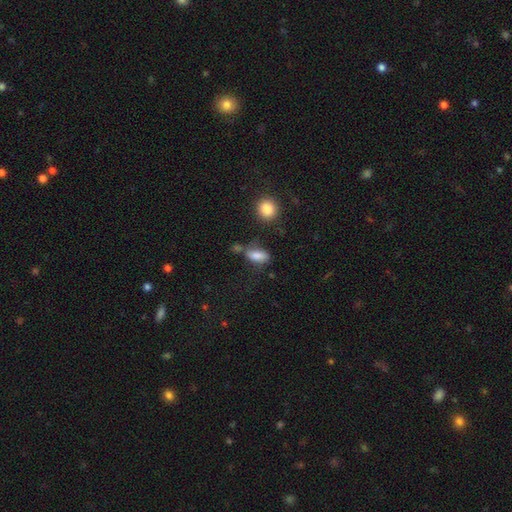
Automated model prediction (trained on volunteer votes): This appears to be a smooth galaxy with no disk features (77%) that is in between round and cigar-shaped (82%). Merging: none (52%).